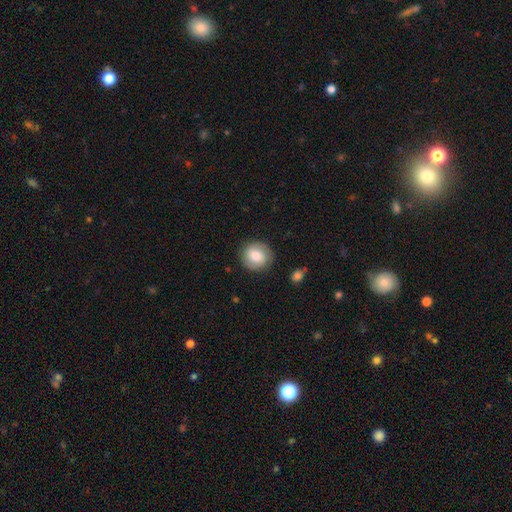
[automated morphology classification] Q: Smooth or featured?
A: smooth (70%); runner-up: featured or disk (22%)
Q: How rounded?
A: round (89%); runner-up: in between (10%)
Q: Merging?
A: none (86%); runner-up: minor disturbance (10%)